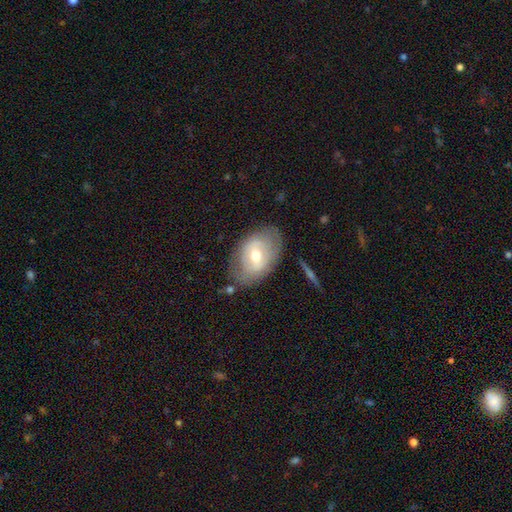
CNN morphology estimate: smooth-or-featured: featured or disk: 49% | smooth: 44% | star or artifact: 7%
  merging: none: 70% | minor disturbance: 20% | major disturbance: 7% | merger: 3%